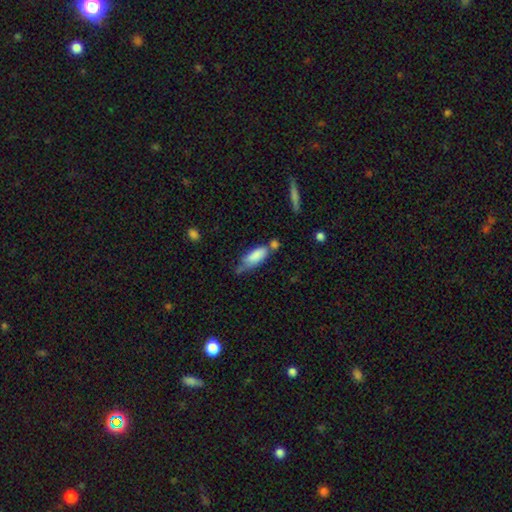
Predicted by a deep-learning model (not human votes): smooth_or_featured: smooth (p=0.81) [alt: featured or disk p=0.12]
how_rounded: in between (p=0.73) [alt: cigar-shaped p=0.26]
merging: none (p=0.35) [alt: minor disturbance p=0.31]